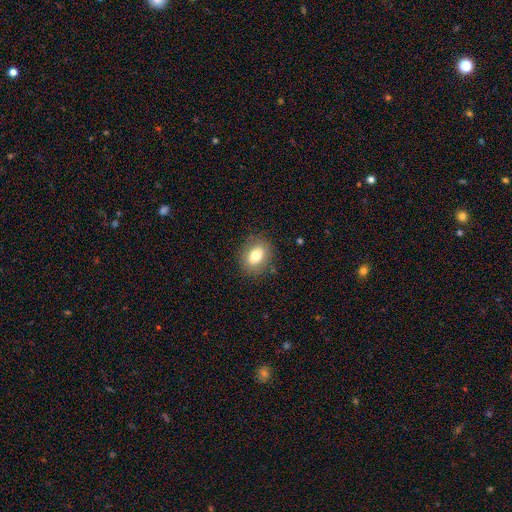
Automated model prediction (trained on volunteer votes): Smooth or featured?
  - smooth: 73% *
  - featured or disk: 18%
  - star or artifact: 9%
How rounded?
  - in between: 61% *
  - round: 38%
  - cigar-shaped: 1%
Merging?
  - none: 83% *
  - minor disturbance: 12%
  - major disturbance: 4%
  - merger: 1%